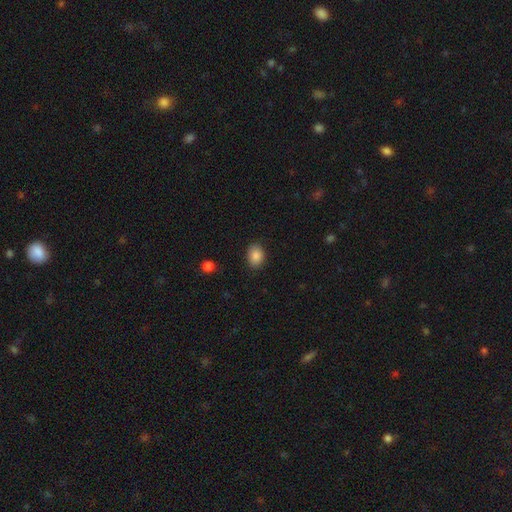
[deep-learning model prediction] Smooth or featured: smooth — 88% (star or artifact — 8%)
How rounded: in between — 72% (round — 27%)
Merging: none — 87% (minor disturbance — 10%)